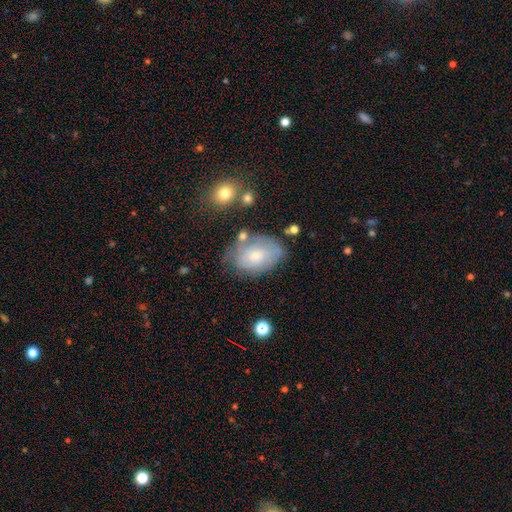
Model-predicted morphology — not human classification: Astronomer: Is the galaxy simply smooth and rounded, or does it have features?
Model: smooth — 53% (runner-up: featured or disk, 39%).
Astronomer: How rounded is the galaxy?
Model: in between — 82%.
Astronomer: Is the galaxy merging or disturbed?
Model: none — 55%.